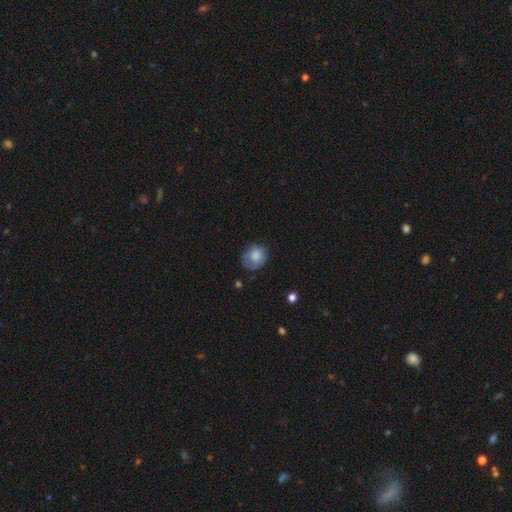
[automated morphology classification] Smooth or featured? Predicted: smooth (p=0.74). How rounded? Predicted: round (p=0.71). Merging? Predicted: none (p=0.56).